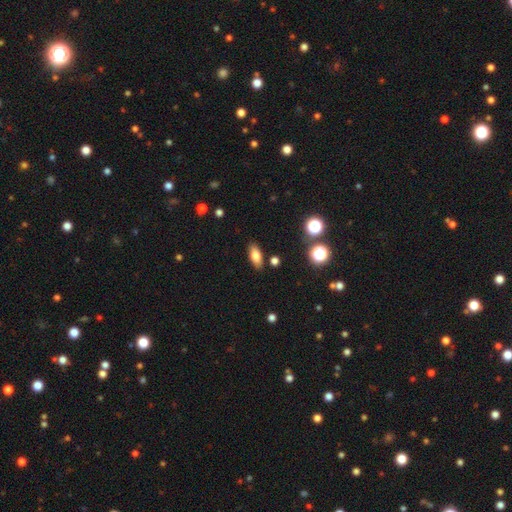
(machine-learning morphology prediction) Smooth or featured: smooth — 78% (featured or disk — 12%)
How rounded: in between — 81% (cigar-shaped — 14%)
Merging: none — 86% (minor disturbance — 9%)